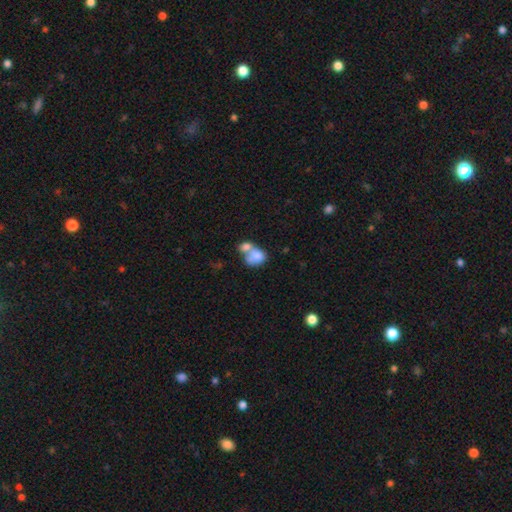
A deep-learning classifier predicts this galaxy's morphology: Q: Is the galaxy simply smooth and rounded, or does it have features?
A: smooth — 68%.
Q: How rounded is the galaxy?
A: in between — 56%.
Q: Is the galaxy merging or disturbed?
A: merger — 68%.